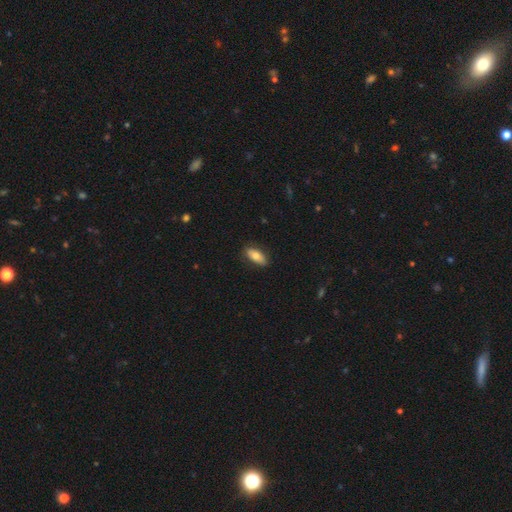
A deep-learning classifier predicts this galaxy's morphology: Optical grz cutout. It shows a smooth galaxy with no disk features (73%) that is in between round and cigar-shaped (84%). Merging: none (83%).